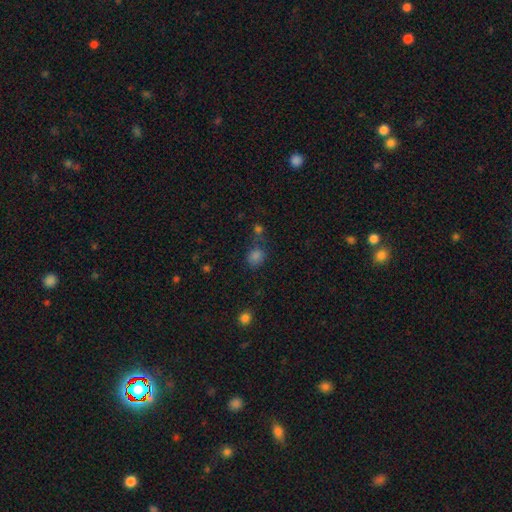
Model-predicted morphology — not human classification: The model was most divided on "how rounded": round: 65%, in between: 33%, cigar-shaped: 1%. More confident: smooth or featured — smooth (73%); merging — none (61%).